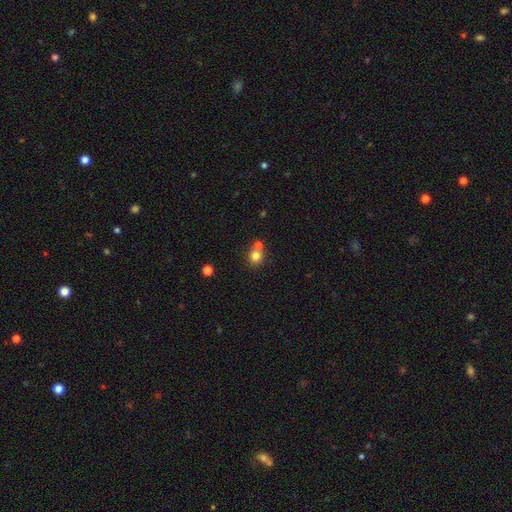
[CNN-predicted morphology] A smooth galaxy with no disk features (79%) that is round (85%). Merging: none (55%).